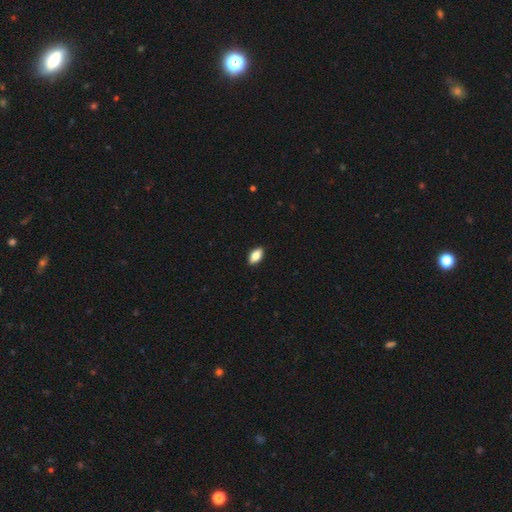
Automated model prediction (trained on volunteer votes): Smooth or featured? smooth (79%)
How rounded? in between (89%)
Merging? none (90%)